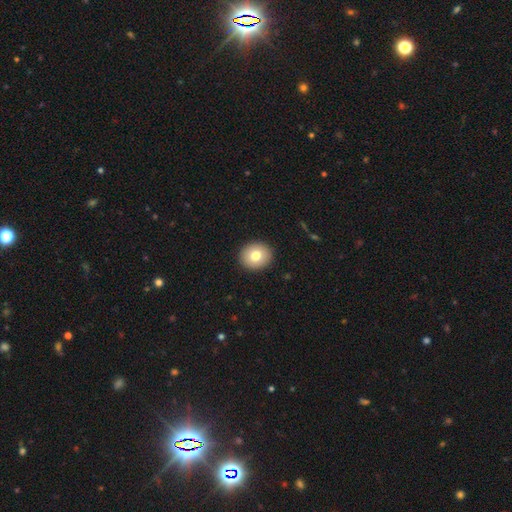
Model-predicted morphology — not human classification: Smooth or featured: smooth — 77% (featured or disk — 15%)
How rounded: round — 80% (in between — 19%)
Merging: none — 92% (minor disturbance — 5%)